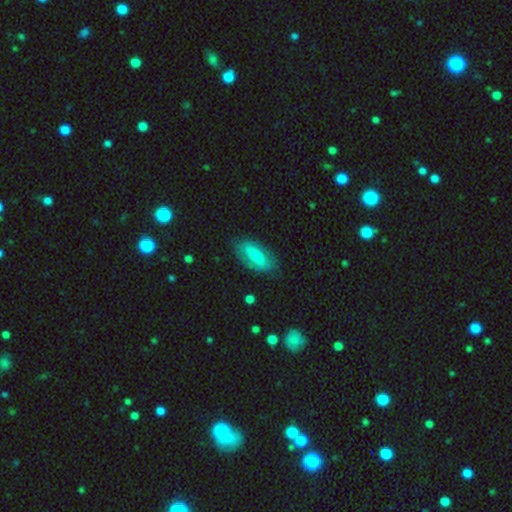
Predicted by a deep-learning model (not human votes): smooth 53%, featured or disk 41%, star or artifact 6%. Down the decision tree: how rounded — in between (85%); merging — none (75%).